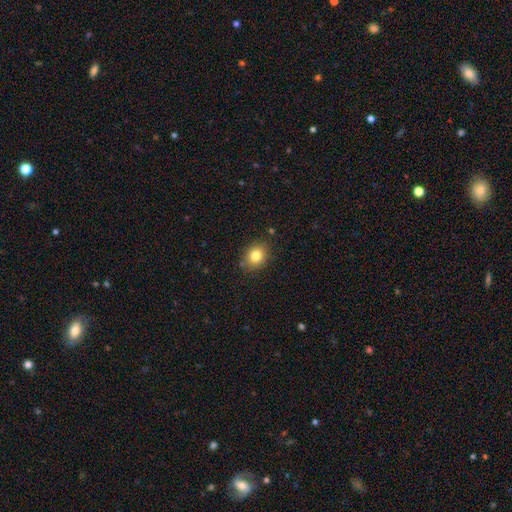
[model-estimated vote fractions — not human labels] smooth-or-featured: smooth: 81% | star or artifact: 11% | featured or disk: 8%
  how-rounded: round: 59% | in between: 40% | cigar-shaped: 1%
  merging: none: 84% | minor disturbance: 11% | major disturbance: 3% | merger: 2%